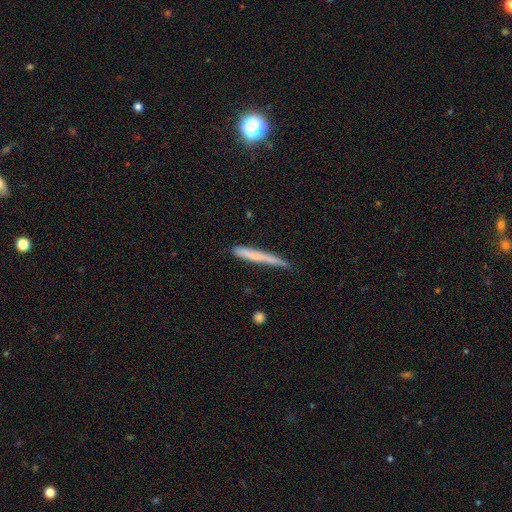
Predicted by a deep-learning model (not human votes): Overall: smooth (67%). How rounded: cigar-shaped (97%). Merging: none (74%).